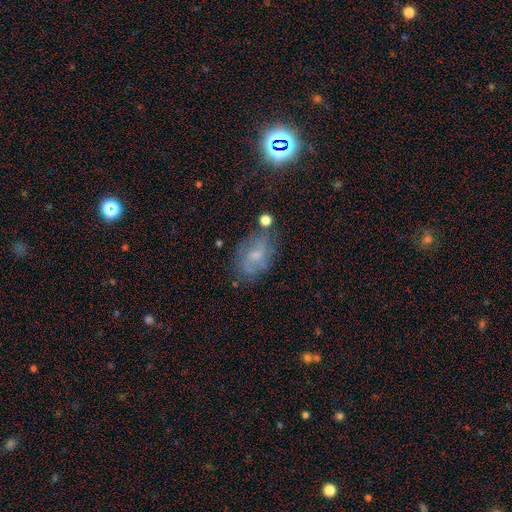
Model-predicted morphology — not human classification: Overall: featured or disk (52%; smooth 34%). Edge-on disk: no (95%). Merging: none (62%; minor disturbance 23%).